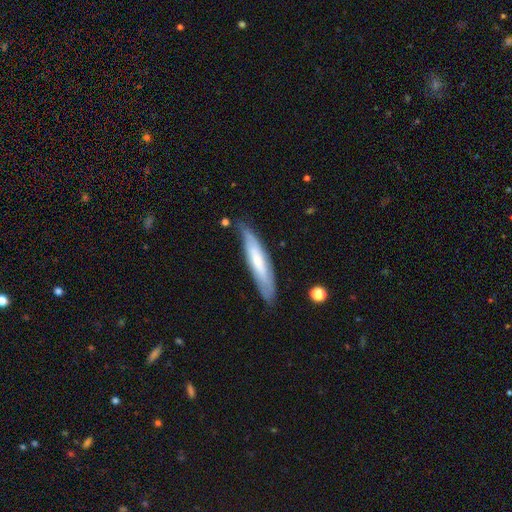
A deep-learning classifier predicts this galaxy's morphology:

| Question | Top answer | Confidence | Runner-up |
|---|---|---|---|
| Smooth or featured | smooth | 51% | featured or disk (42%) |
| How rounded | cigar-shaped | 86% | in between (13%) |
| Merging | none | 79% | minor disturbance (16%) |